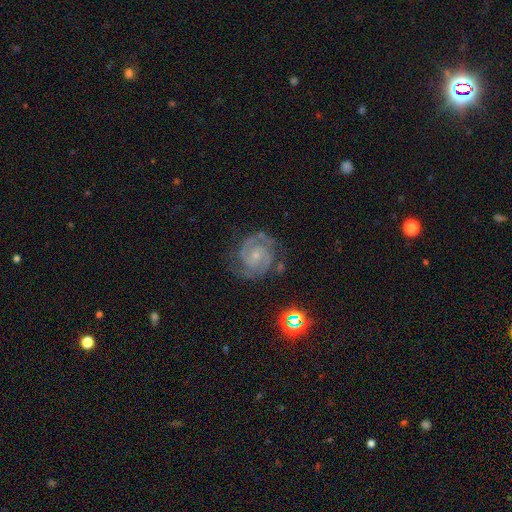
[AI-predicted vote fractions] A featured or disk galaxy (88%) with no bar (62%), 2 (74%) tight (56%) spiral arms (98%) and a small central bulge (75%).

Vote fractions:
- Smooth or featured? featured or disk: 88% / star or artifact: 6% / smooth: 5%
- Edge-on disk? no: 98% / yes: 2%
- Bar? no: 62% / weak: 31% / strong: 7%
- Spiral arms? yes: 98% / no: 2%
- Spiral winding? tight: 56% / medium: 39% / loose: 5%
- Spiral arm count? 2: 74% / 3: 14% / can't tell: 6% / 4: 2% / 1: 2% / more than 4: 2%
- Bulge size? small: 75% / moderate: 19% / none: 4% / large: 1% / dominant: 1%
- Merging? none: 74% / minor disturbance: 17% / major disturbance: 7% / merger: 2%